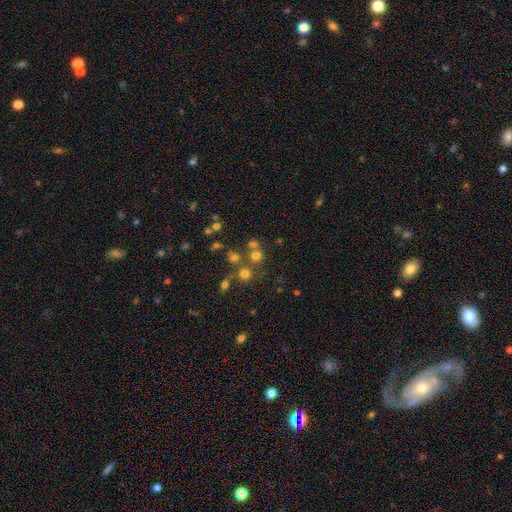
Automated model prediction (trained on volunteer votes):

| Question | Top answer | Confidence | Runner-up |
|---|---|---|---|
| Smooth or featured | smooth | 63% | star or artifact (26%) |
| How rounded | round | 90% | in between (9%) |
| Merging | none | 66% | merger (23%) |